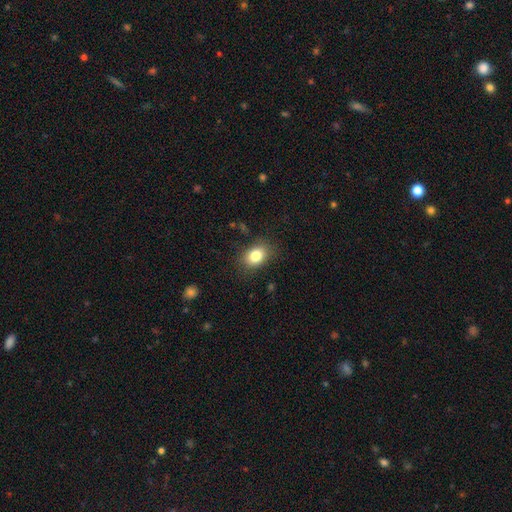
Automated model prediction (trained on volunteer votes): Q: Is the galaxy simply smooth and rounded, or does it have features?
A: smooth — 82%.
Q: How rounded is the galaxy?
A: in between — 73%.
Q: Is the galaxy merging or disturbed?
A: none — 82%.